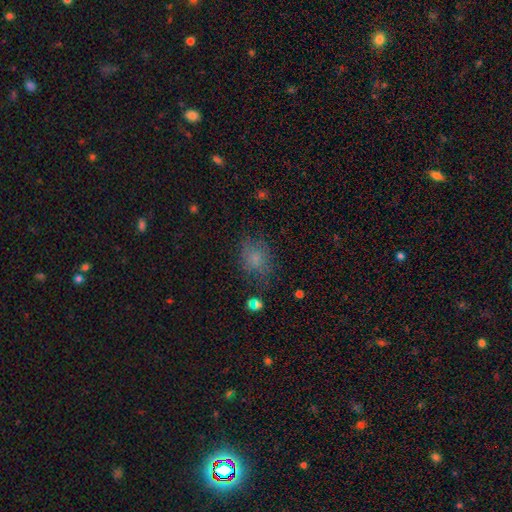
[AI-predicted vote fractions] The model was most divided on "how rounded": in between: 51%, round: 47%, cigar-shaped: 1%. More confident: merging — none (70%); smooth or featured — smooth (68%).